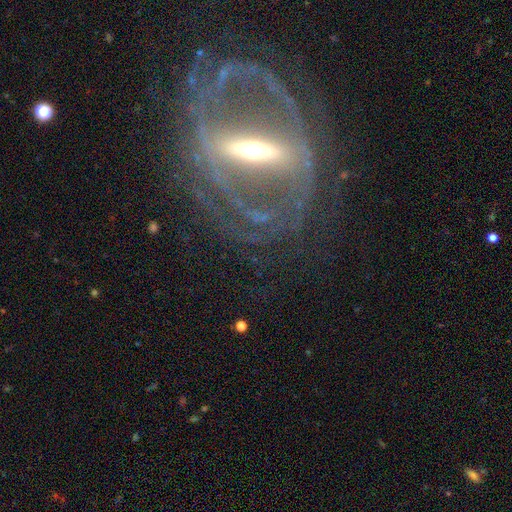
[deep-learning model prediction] A featured or disk galaxy (84%) with a strong bar (78%), spiral arms (67%) and a moderate central bulge (56%). Merging: none (60%).